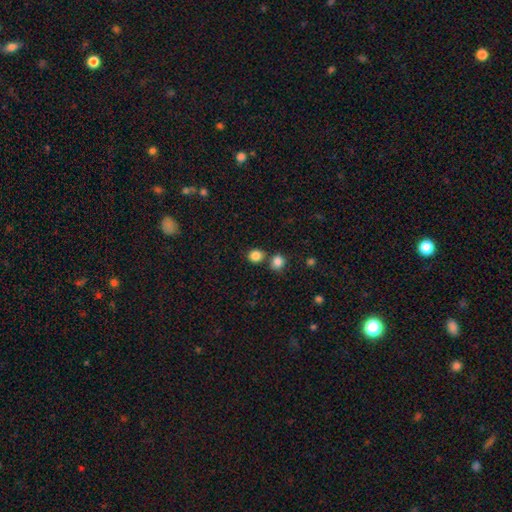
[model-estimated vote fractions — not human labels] Smooth or featured? Predicted: smooth (p=0.85). How rounded? Predicted: round (p=0.79). Merging? Predicted: none (p=0.70).